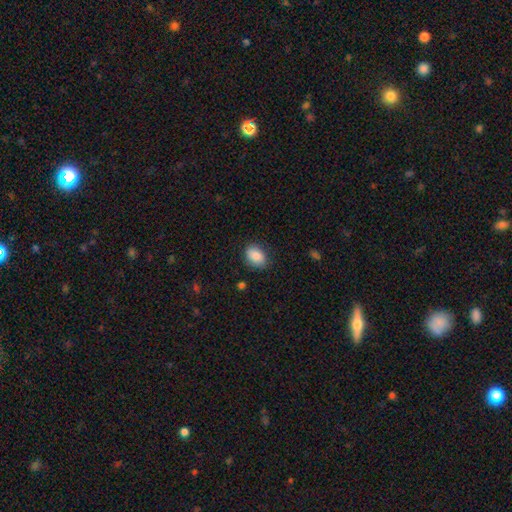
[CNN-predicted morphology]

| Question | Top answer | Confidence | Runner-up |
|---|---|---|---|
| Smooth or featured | smooth | 86% | star or artifact (8%) |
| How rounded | in between | 74% | round (24%) |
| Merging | none | 81% | minor disturbance (14%) |